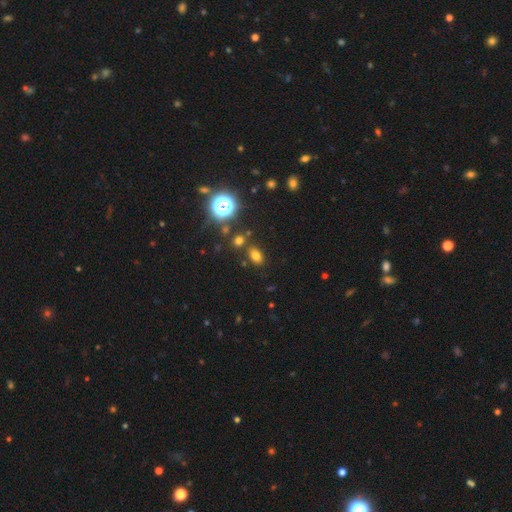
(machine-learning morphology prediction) type=smooth (71%); roundness=in between (74%); merging=none (79%).